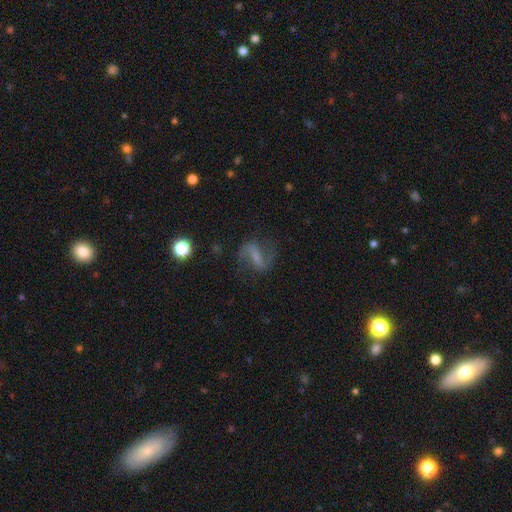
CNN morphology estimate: A featured or disk galaxy (74%) with a strong bar (50%), 2 (91%) loose (60%) spiral arms (92%) and no central bulge (45%). Merging: none (73%).